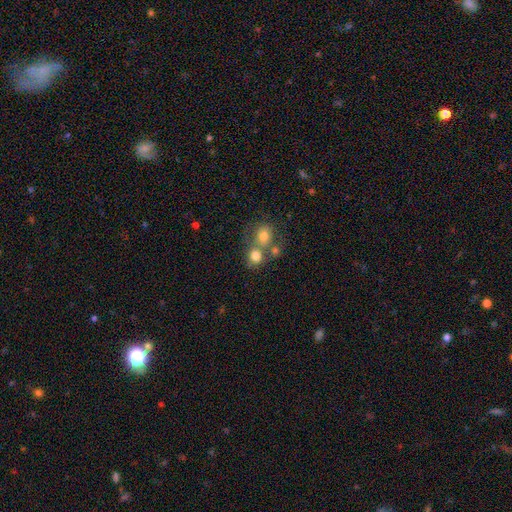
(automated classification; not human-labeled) A smooth galaxy with no disk features (76%) that is round (76%).

Vote fractions:
- Smooth or featured? smooth: 76% / star or artifact: 12% / featured or disk: 11%
- How rounded? round: 76% / in between: 23% / cigar-shaped: 1%
- Merging? merger: 45% / none: 43% / minor disturbance: 8% / major disturbance: 4%